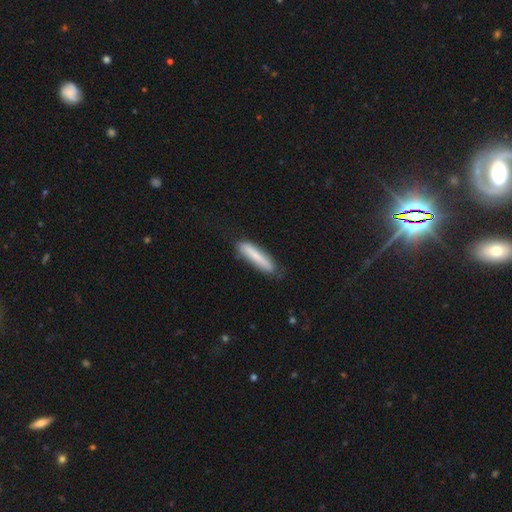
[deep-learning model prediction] A smooth galaxy with no disk features (76%) that is cigar-shaped (89%).

Vote fractions:
- Smooth or featured? smooth: 76% / featured or disk: 18% / star or artifact: 6%
- How rounded? cigar-shaped: 89% / in between: 10% / round: 1%
- Merging? none: 81% / minor disturbance: 15% / major disturbance: 3% / merger: 2%